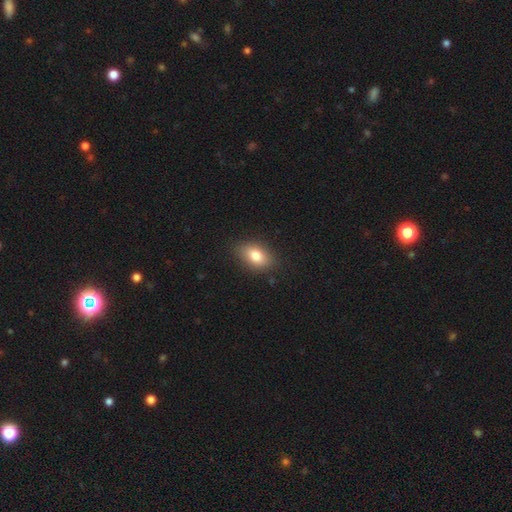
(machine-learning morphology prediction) type=smooth (80%); roundness=in between (85%); merging=none (85%).